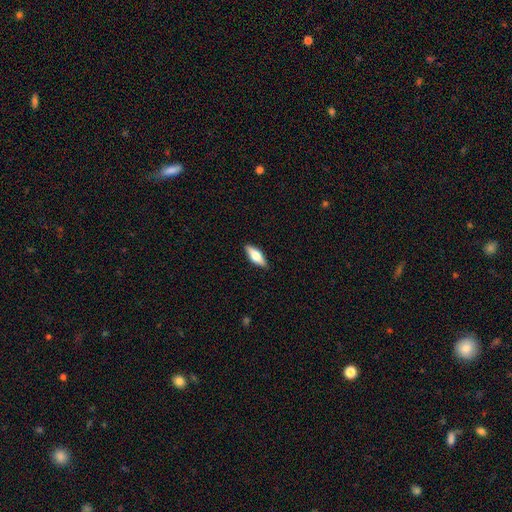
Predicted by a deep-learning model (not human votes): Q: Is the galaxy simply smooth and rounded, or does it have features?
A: smooth — 57%.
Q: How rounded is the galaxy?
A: in between — 65%.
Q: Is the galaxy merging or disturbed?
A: none — 88%.